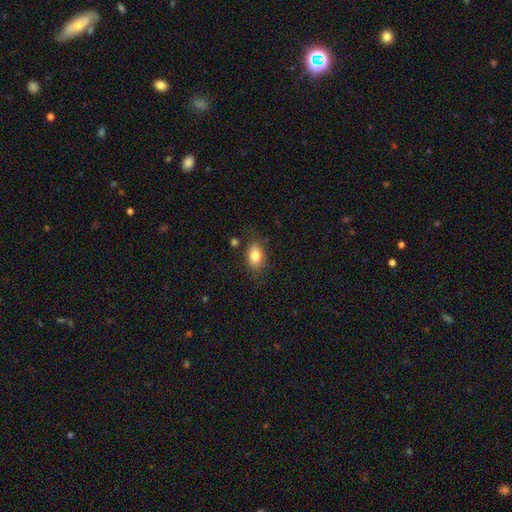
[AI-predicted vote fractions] This is clearly a smooth galaxy (82%). How rounded: clearly in between (86%). Merging: likely none (78%).